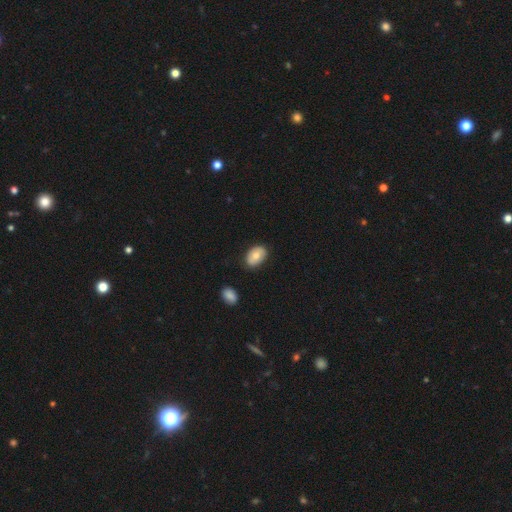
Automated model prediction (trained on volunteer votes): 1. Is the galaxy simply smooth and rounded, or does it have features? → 73% smooth, 20% featured or disk, 7% star or artifact.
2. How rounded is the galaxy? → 85% in between, 14% round, 1% cigar-shaped.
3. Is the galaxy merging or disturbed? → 82% none, 13% minor disturbance, 3% major disturbance, 2% merger.